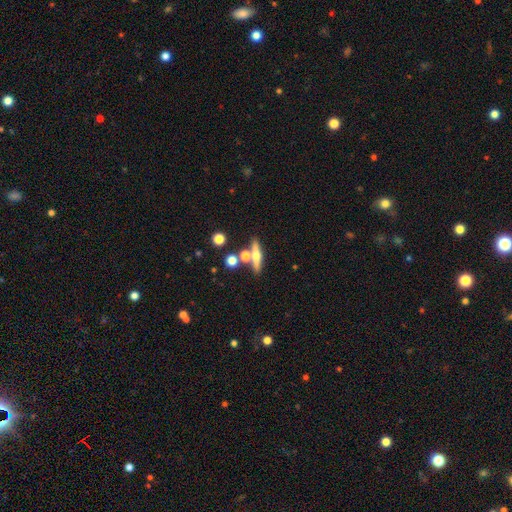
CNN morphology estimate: Q: Smooth or featured?
A: featured or disk (50%); runner-up: smooth (40%)
Q: Edge-on disk?
A: yes (89%); runner-up: no (11%)
Q: Merging?
A: none (68%); runner-up: merger (19%)